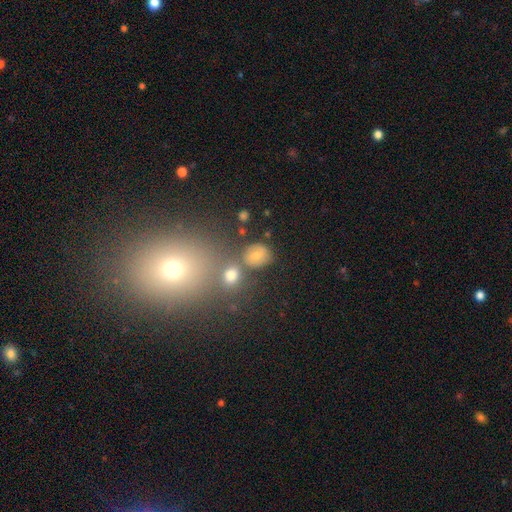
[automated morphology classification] Smooth or featured? smooth (63%)
How rounded? round (71%)
Merging? none (72%)